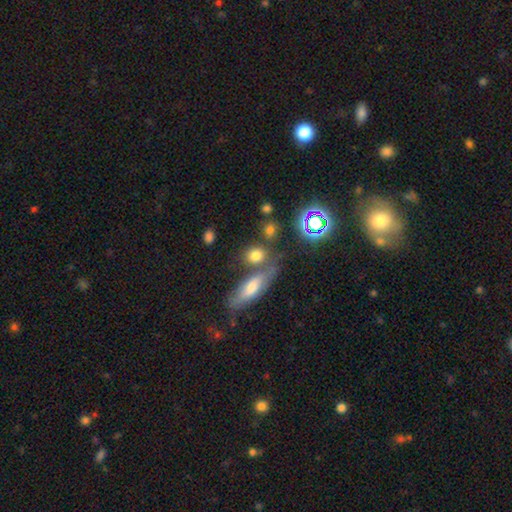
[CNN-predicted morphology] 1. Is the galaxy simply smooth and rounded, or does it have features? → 75% smooth, 14% star or artifact, 11% featured or disk.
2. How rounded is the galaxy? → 59% round, 35% in between, 7% cigar-shaped.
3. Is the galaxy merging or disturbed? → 62% none, 21% merger, 12% minor disturbance, 5% major disturbance.